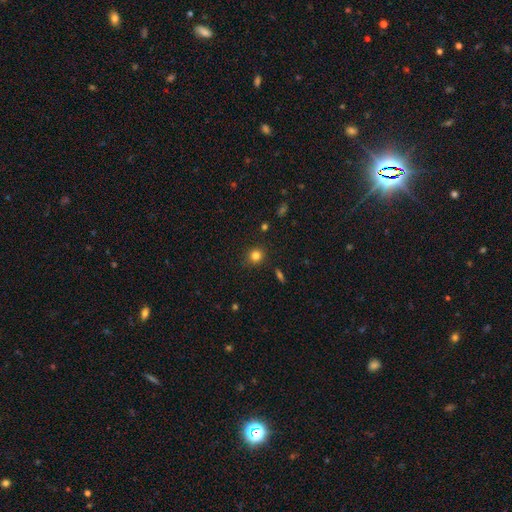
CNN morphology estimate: This appears to be a smooth galaxy with no disk features (82%) that is round (88%). Merging: none (88%).